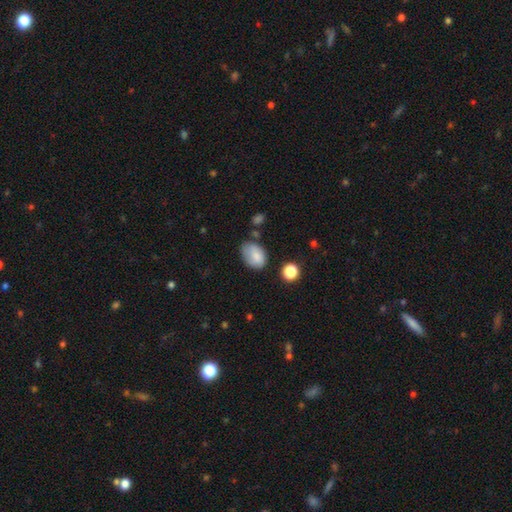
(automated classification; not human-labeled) Overall: smooth (79%). How rounded: in between (80%). Merging: none (56%; minor disturbance 30%).